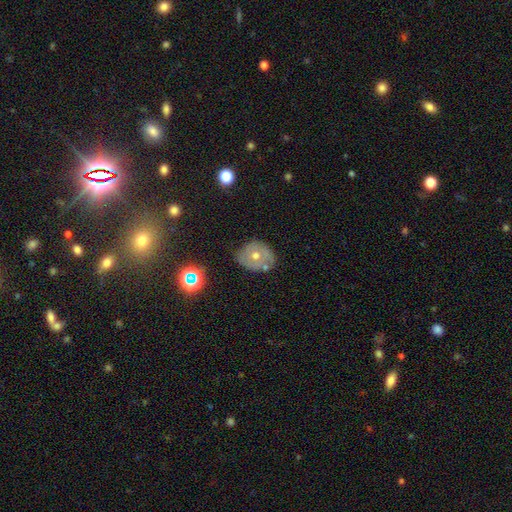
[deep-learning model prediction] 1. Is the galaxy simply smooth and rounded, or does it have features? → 52% featured or disk, 31% smooth, 16% star or artifact.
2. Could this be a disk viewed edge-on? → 94% no, 6% yes.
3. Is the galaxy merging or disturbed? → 67% none, 23% minor disturbance, 6% major disturbance, 4% merger.